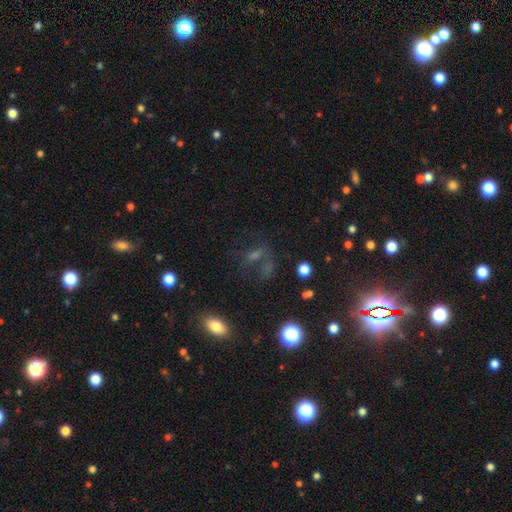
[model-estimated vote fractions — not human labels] Smooth or featured?
  - smooth: 43% *
  - star or artifact: 35%
  - featured or disk: 22%
Merging?
  - none: 46% *
  - major disturbance: 21%
  - merger: 17%
  - minor disturbance: 15%